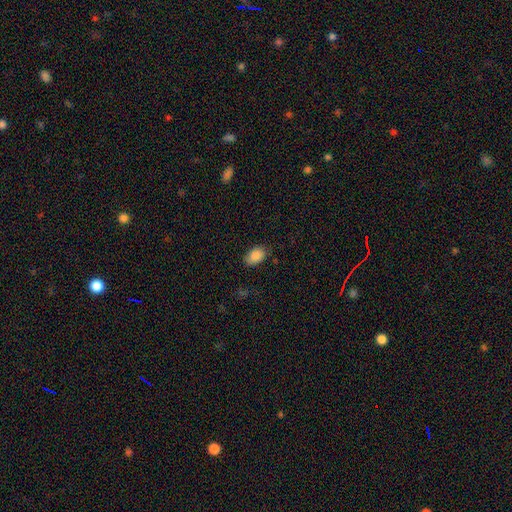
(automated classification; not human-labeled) Smooth or featured: smooth — 88% (star or artifact — 7%)
How rounded: in between — 90% (round — 9%)
Merging: none — 82% (minor disturbance — 14%)